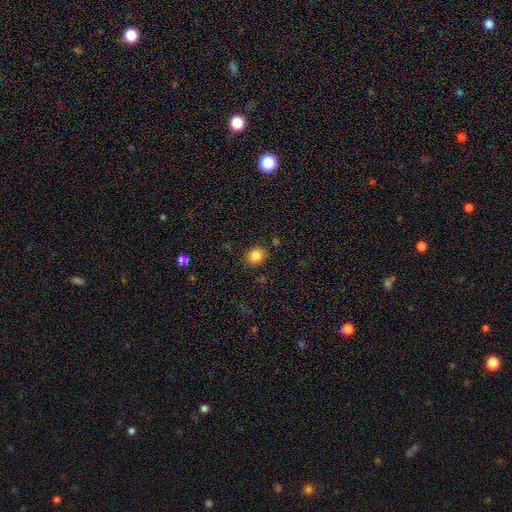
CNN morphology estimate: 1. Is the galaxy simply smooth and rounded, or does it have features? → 85% smooth, 11% star or artifact, 4% featured or disk.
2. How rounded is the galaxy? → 71% round, 28% in between, 1% cigar-shaped.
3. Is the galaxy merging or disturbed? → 84% none, 10% minor disturbance, 3% major disturbance, 3% merger.